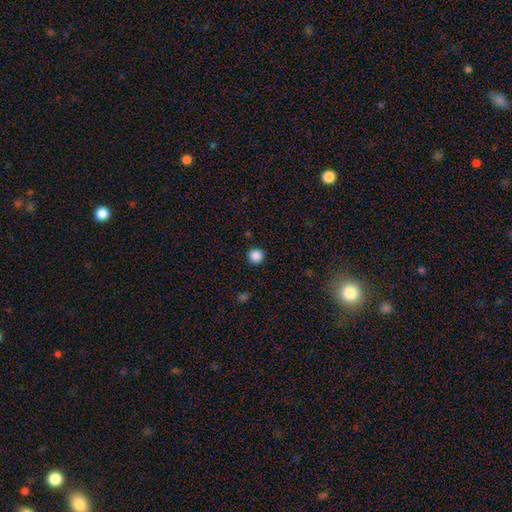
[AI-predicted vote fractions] The model was most divided on "smooth or featured": smooth: 87%, star or artifact: 11%, featured or disk: 2%. More confident: how rounded — round (96%); merging — none (93%).